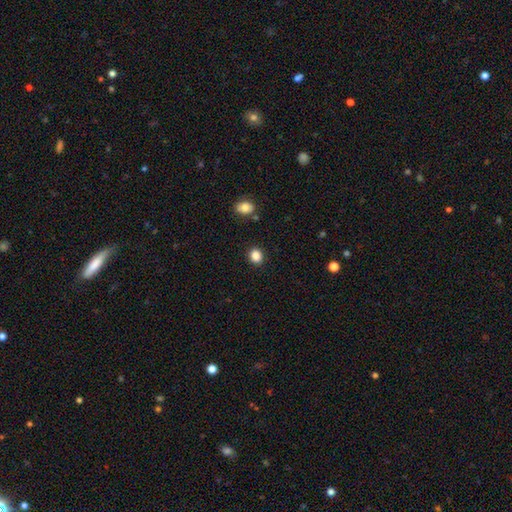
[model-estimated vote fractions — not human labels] The model was most divided on "how rounded": round: 69%, in between: 30%, cigar-shaped: 1%. More confident: merging — none (89%); smooth or featured — smooth (86%).